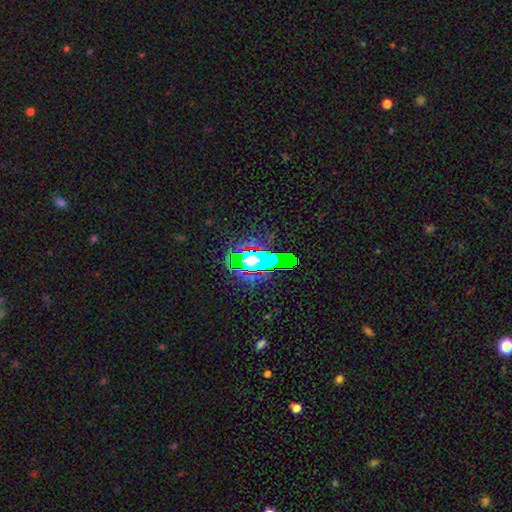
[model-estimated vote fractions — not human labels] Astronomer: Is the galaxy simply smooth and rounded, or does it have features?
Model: star or artifact — 49% (runner-up: smooth, 33%).